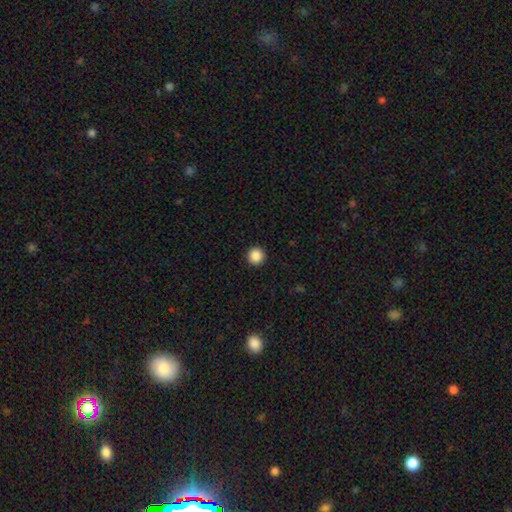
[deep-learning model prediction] This is clearly a smooth galaxy (88%). How rounded: clearly round (96%). Merging: clearly none (93%).